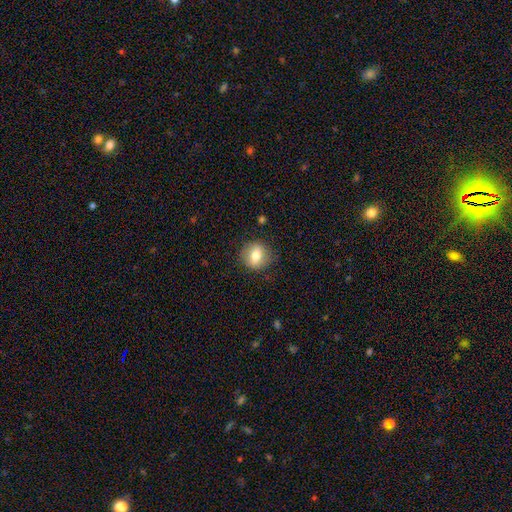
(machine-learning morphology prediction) A smooth galaxy with no disk features (71%) that is round (79%).

Vote fractions:
- Smooth or featured? smooth: 71% / featured or disk: 20% / star or artifact: 9%
- How rounded? round: 79% / in between: 20% / cigar-shaped: 1%
- Merging? none: 85% / minor disturbance: 11% / major disturbance: 3% / merger: 1%